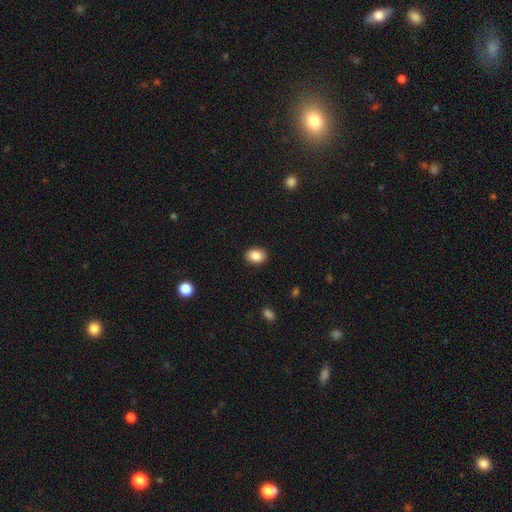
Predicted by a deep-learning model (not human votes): A smooth galaxy with no disk features (86%) that is in between round and cigar-shaped (72%).

Vote fractions:
- Smooth or featured? smooth: 86% / star or artifact: 8% / featured or disk: 5%
- How rounded? in between: 72% / round: 27% / cigar-shaped: 1%
- Merging? none: 89% / minor disturbance: 8% / major disturbance: 2% / merger: 1%